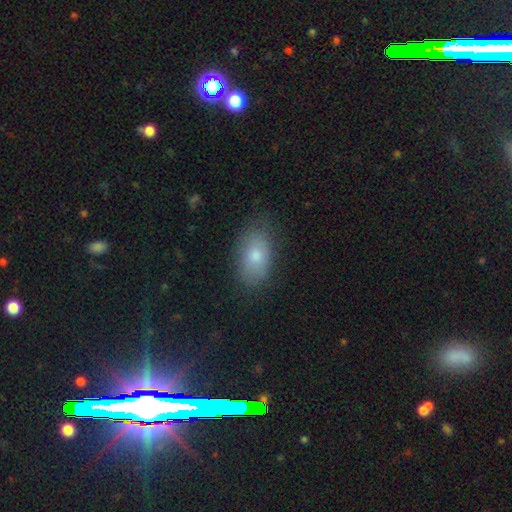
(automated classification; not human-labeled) Smooth or featured? smooth (76%)
How rounded? in between (90%)
Merging? none (80%)